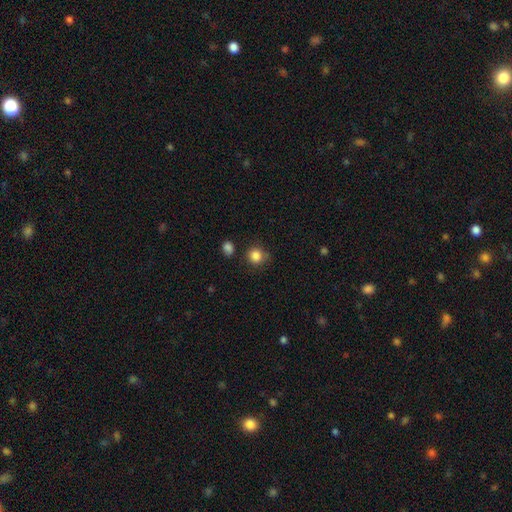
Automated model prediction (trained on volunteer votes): smooth 85%, star or artifact 11%, featured or disk 4%. Down the decision tree: how rounded — round (89%); merging — none (79%).